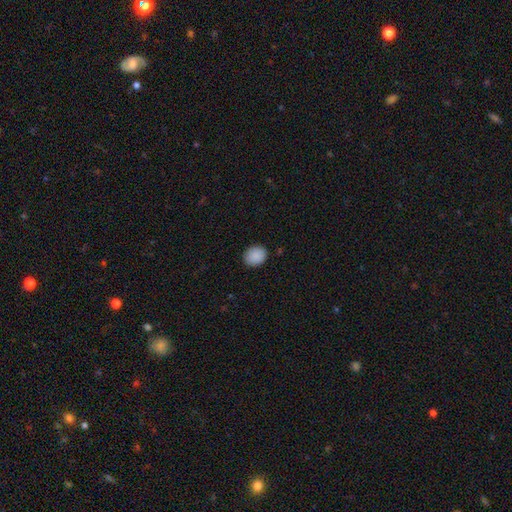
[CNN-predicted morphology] A smooth galaxy with no disk features (90%) that is round (59%).

Vote fractions:
- Smooth or featured? smooth: 90% / star or artifact: 8% / featured or disk: 3%
- How rounded? round: 59% / in between: 40% / cigar-shaped: 1%
- Merging? none: 88% / minor disturbance: 9% / major disturbance: 2% / merger: 1%